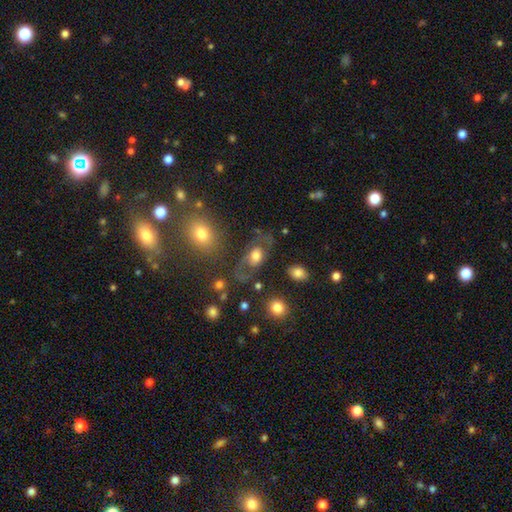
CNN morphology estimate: Q: Smooth or featured?
A: featured or disk (46%); runner-up: smooth (45%)
Q: Merging?
A: none (52%); runner-up: major disturbance (23%)